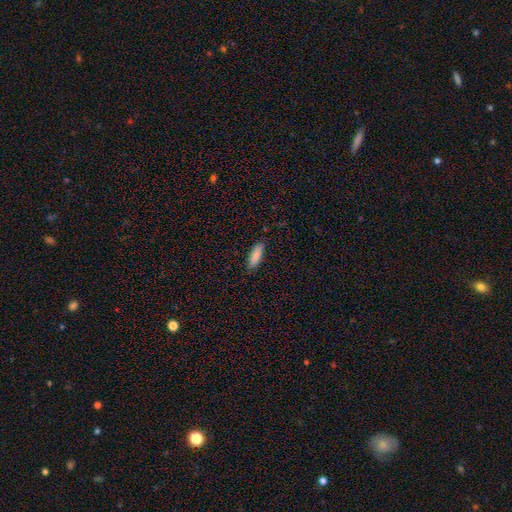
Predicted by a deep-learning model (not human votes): smooth 87%, star or artifact 6%, featured or disk 6%. Down the decision tree: how rounded — in between (51%); merging — none (85%).